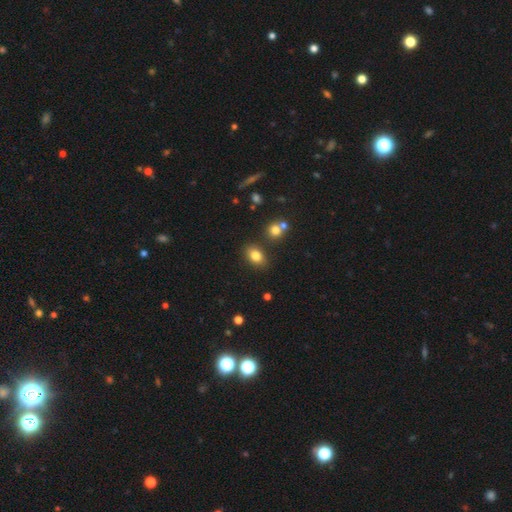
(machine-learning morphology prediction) Smooth or featured? smooth (81%)
How rounded? in between (71%)
Merging? none (80%)